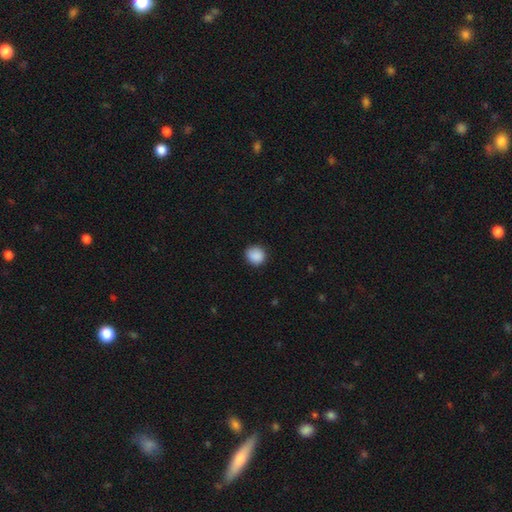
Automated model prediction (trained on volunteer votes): Overall: smooth (89%). How rounded: round (89%). Merging: none (89%).